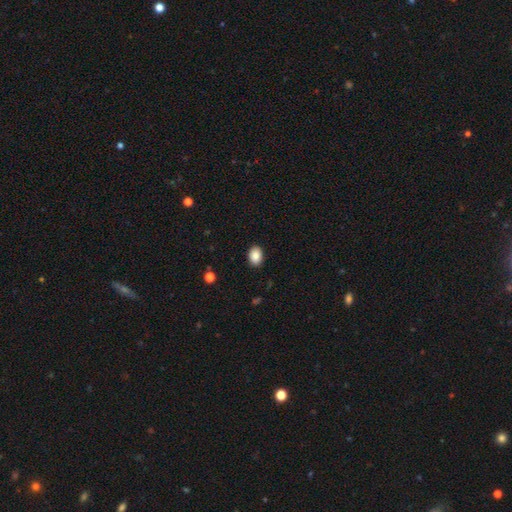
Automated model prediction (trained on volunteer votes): Overall: smooth (88%). How rounded: in between (76%). Merging: none (90%).